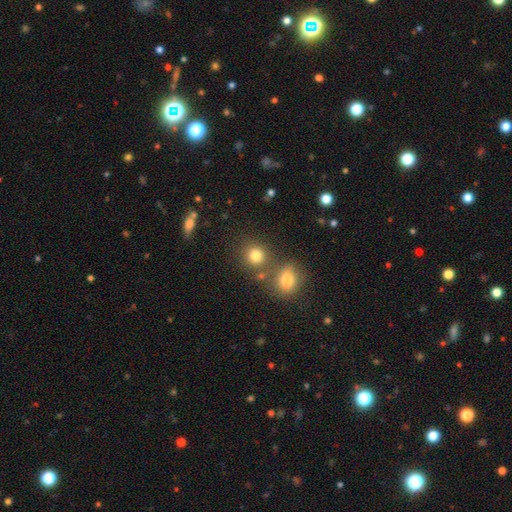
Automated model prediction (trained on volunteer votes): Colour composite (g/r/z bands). It shows a smooth galaxy with no disk features (80%) that is round (86%). Merging: none (71%).